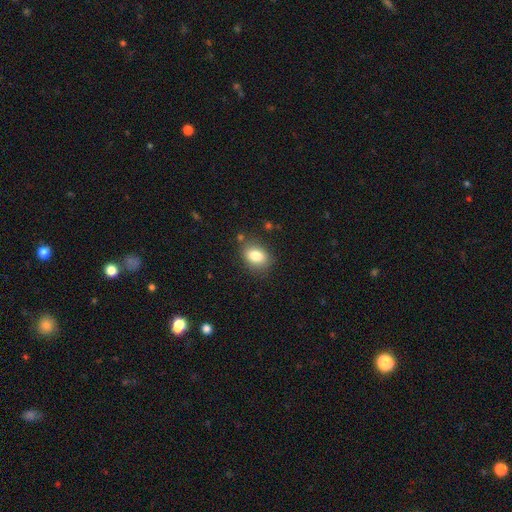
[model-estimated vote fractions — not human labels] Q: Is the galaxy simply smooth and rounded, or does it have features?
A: smooth — 82%.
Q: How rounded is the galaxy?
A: in between — 74%.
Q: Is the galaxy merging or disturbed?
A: none — 80%.